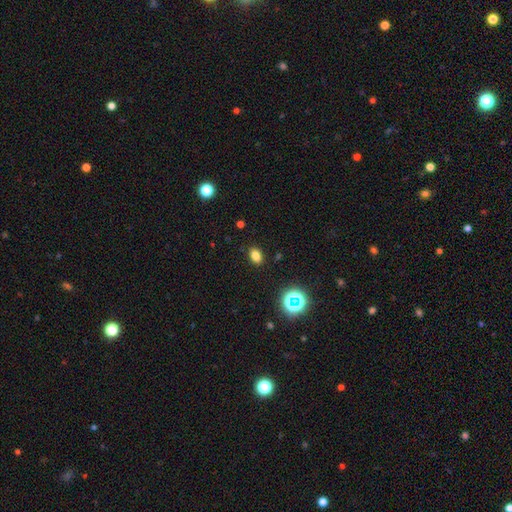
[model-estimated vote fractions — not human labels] Morphology: type=smooth (78%); roundness=in between (80%); merging=none (88%).